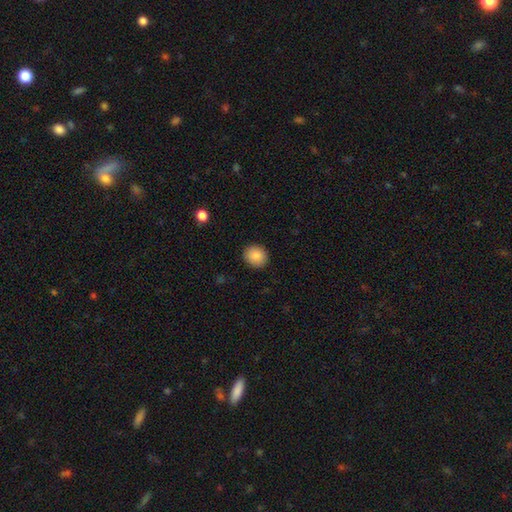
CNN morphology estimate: The model was most divided on "how rounded": round: 83%, in between: 16%, cigar-shaped: 1%. More confident: merging — none (91%); smooth or featured — smooth (87%).